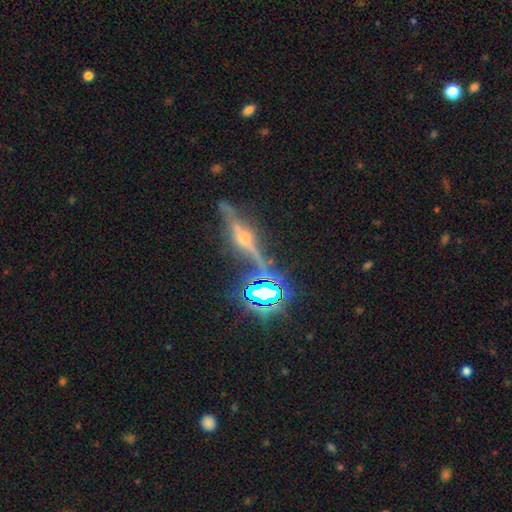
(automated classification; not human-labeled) Smooth or featured? Predicted: featured or disk (p=0.70). Edge-on disk? Predicted: yes (p=0.92). Edge-on bulge? Predicted: rounded (p=0.89). Merging? Predicted: none (p=0.75).